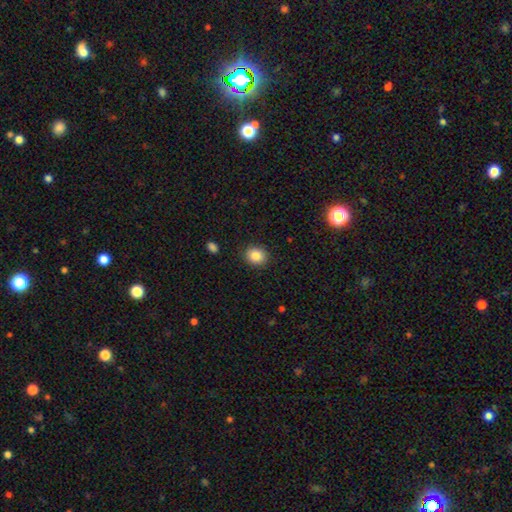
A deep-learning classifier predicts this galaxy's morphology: Overall: smooth (85%). How rounded: round (71%). Merging: none (89%).